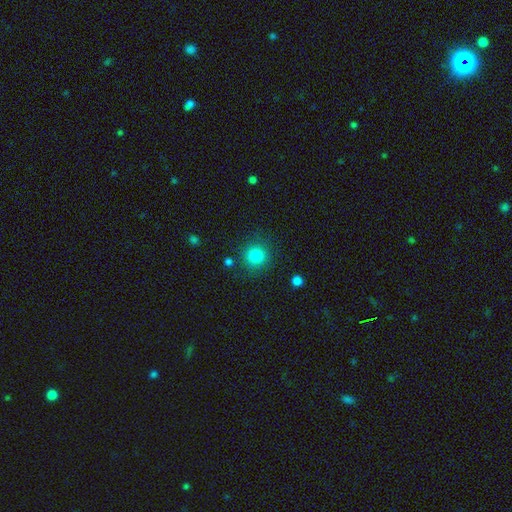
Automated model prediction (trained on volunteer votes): Smooth or featured?
  - smooth: 83% *
  - star or artifact: 11%
  - featured or disk: 5%
How rounded?
  - round: 91% *
  - in between: 8%
  - cigar-shaped: 1%
Merging?
  - none: 85% *
  - minor disturbance: 8%
  - major disturbance: 4%
  - merger: 3%